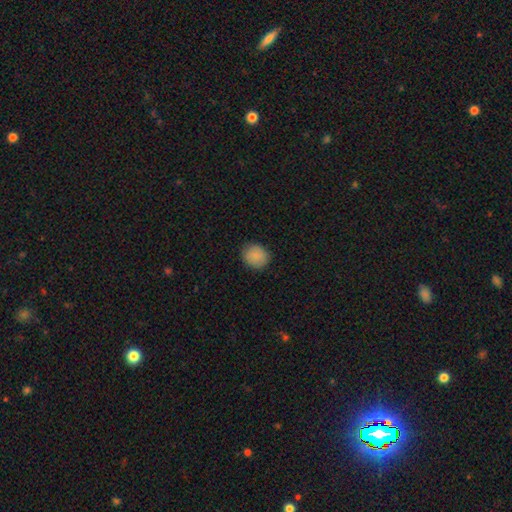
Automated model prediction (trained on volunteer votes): smooth_or_featured: smooth (p=0.87) [alt: star or artifact p=0.08]
how_rounded: round (p=0.75) [alt: in between p=0.24]
merging: none (p=0.87) [alt: minor disturbance p=0.09]